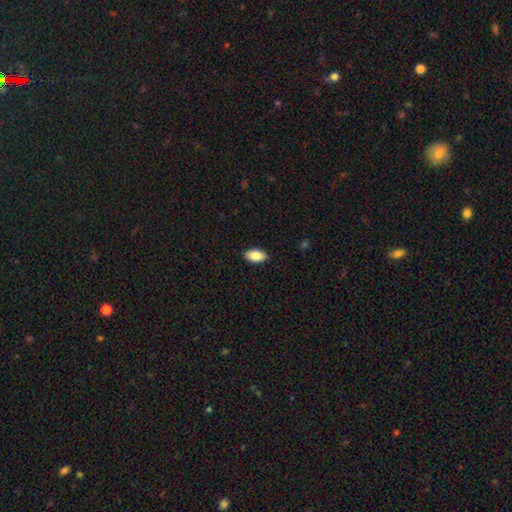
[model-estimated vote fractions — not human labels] This is clearly a smooth galaxy (88%). How rounded: clearly in between (94%). Merging: clearly none (89%).